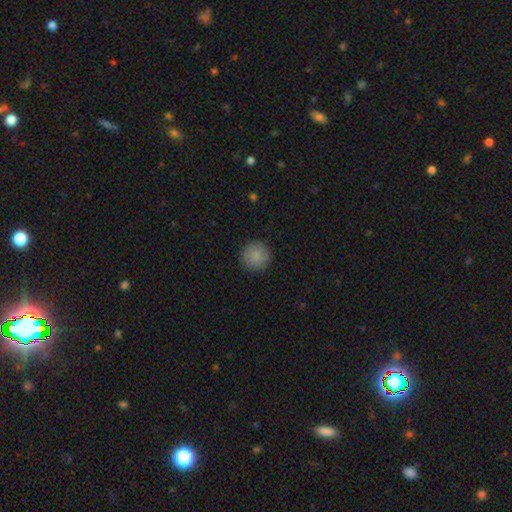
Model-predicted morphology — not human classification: This is clearly a smooth galaxy (87%). How rounded: clearly round (95%). Merging: clearly none (90%).